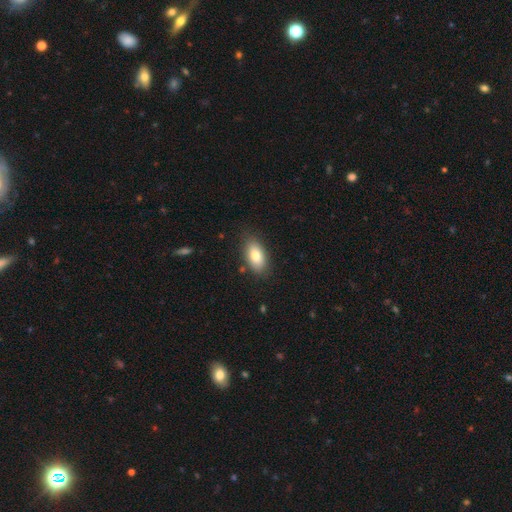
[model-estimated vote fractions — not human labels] Smooth or featured: smooth — 80% (featured or disk — 13%)
How rounded: in between — 91% (round — 4%)
Merging: none — 82% (minor disturbance — 13%)